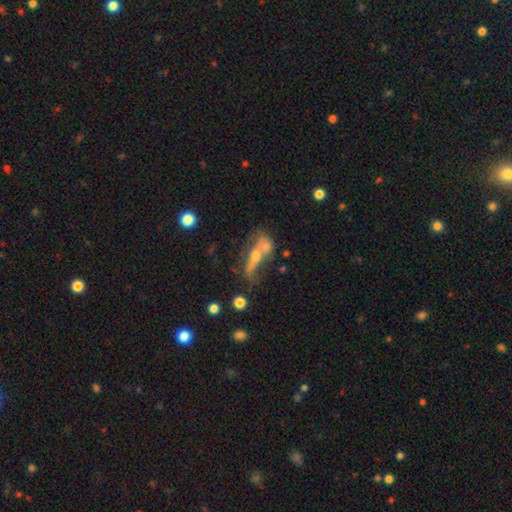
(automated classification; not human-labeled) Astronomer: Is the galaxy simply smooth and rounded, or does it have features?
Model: featured or disk — 56% (runner-up: smooth, 33%).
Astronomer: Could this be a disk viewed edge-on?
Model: yes — 56% (runner-up: no, 44%).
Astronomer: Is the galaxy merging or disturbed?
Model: merger — 40% (runner-up: none, 30%).